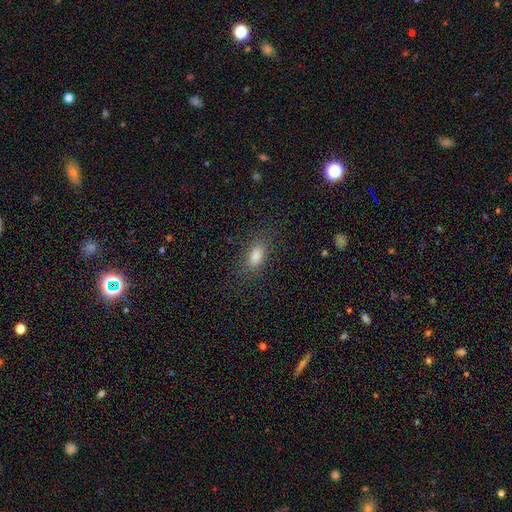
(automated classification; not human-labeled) Morphology: type=smooth (81%); roundness=in between (80%); merging=none (82%).